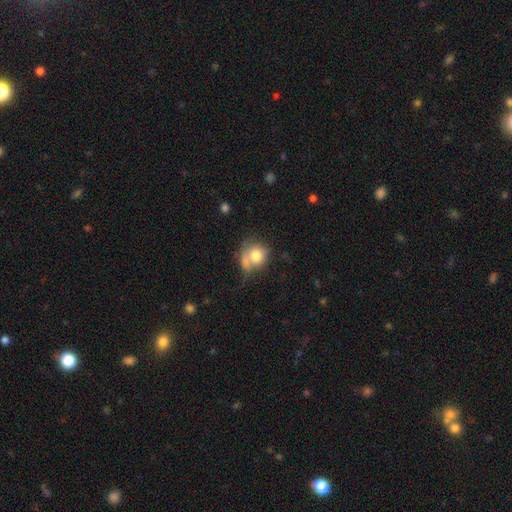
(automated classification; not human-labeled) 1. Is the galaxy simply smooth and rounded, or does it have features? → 75% smooth, 17% featured or disk, 9% star or artifact.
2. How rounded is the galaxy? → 76% round, 23% in between, 1% cigar-shaped.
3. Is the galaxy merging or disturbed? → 37% none, 23% merger, 23% minor disturbance, 17% major disturbance.